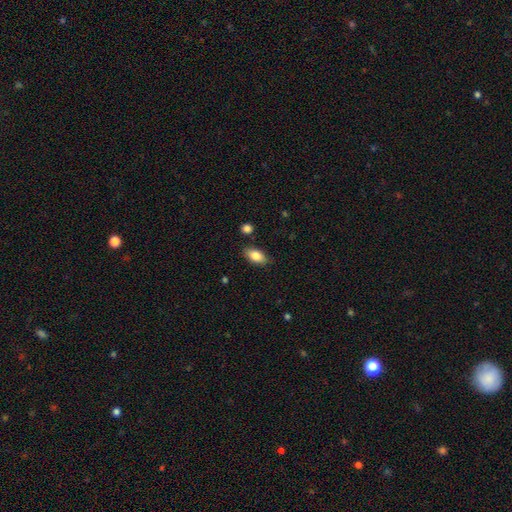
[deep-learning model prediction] A smooth galaxy with no disk features (82%) that is in between round and cigar-shaped (90%). Merging: none (83%).